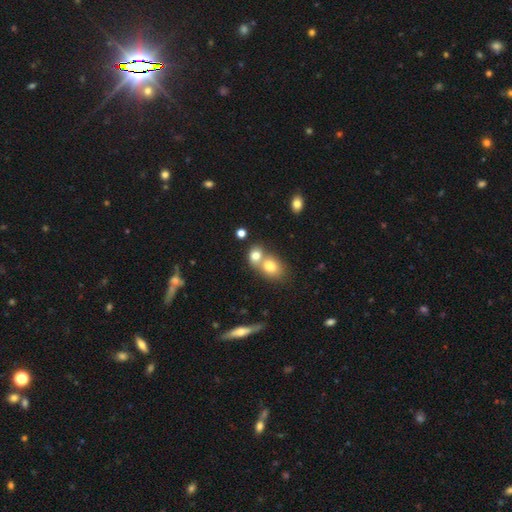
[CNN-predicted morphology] Smooth or featured: smooth — 76% (featured or disk — 13%)
How rounded: round — 59% (in between — 39%)
Merging: merger — 61% (none — 30%)